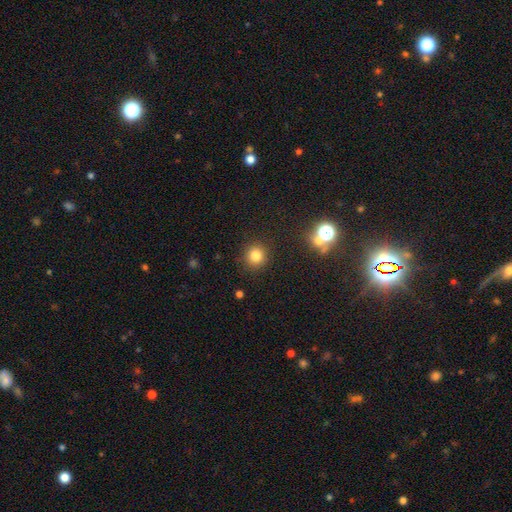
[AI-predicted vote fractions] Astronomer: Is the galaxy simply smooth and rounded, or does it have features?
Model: smooth — 81%.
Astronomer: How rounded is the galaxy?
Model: round — 91%.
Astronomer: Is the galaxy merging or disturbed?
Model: none — 89%.